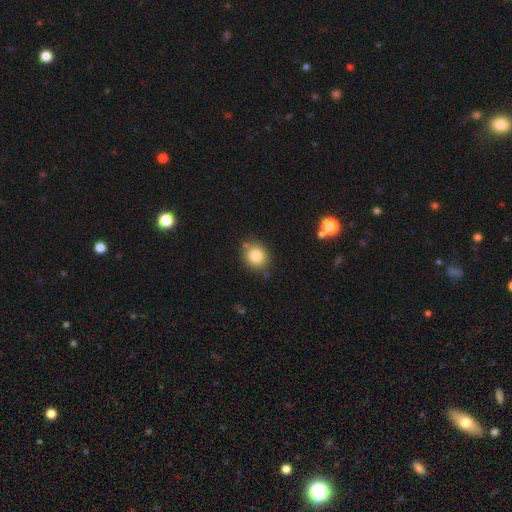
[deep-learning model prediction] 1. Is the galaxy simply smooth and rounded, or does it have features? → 82% smooth, 10% star or artifact, 7% featured or disk.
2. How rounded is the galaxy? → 80% round, 19% in between, 1% cigar-shaped.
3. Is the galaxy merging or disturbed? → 79% none, 12% minor disturbance, 6% merger, 3% major disturbance.